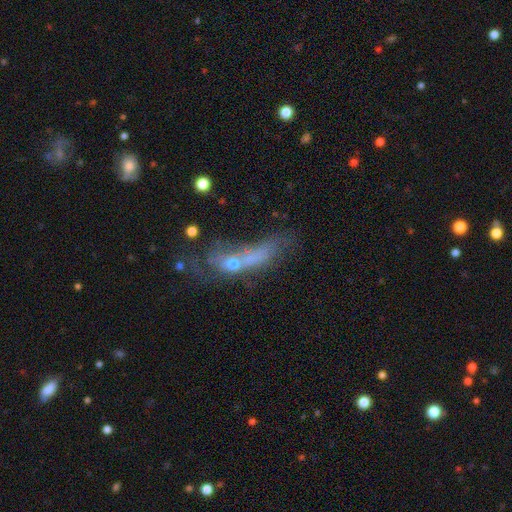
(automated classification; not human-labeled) A smooth galaxy with no disk features (50%) that is in between round and cigar-shaped (47%).

Vote fractions:
- Smooth or featured? smooth: 50% / featured or disk: 34% / star or artifact: 15%
- How rounded? in between: 47% / cigar-shaped: 42% / round: 11%
- Merging? major disturbance: 31% / merger: 29% / none: 24% / minor disturbance: 16%